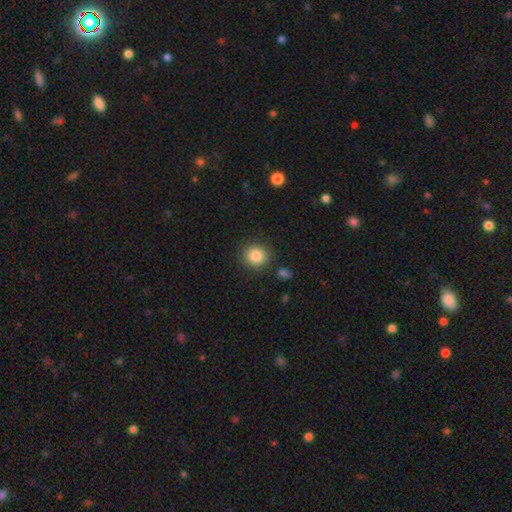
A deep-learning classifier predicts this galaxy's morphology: The model was most divided on "smooth or featured": smooth: 86%, star or artifact: 9%, featured or disk: 5%. More confident: how rounded — round (89%); merging — none (87%).